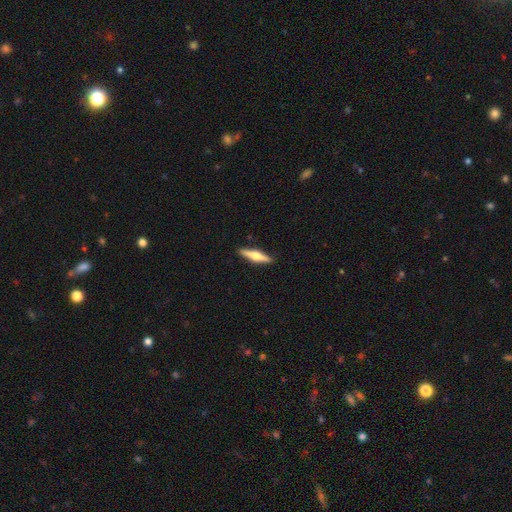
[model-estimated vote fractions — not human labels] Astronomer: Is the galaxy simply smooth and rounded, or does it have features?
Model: featured or disk — 62%.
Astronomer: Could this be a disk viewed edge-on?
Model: yes — 97%.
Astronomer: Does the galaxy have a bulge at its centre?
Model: rounded — 92%.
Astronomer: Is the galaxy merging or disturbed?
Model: none — 91%.